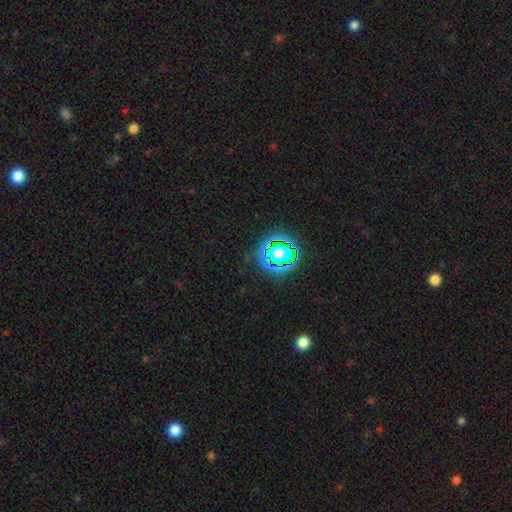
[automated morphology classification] This is likely a star or artifact rather than a galaxy (79%).